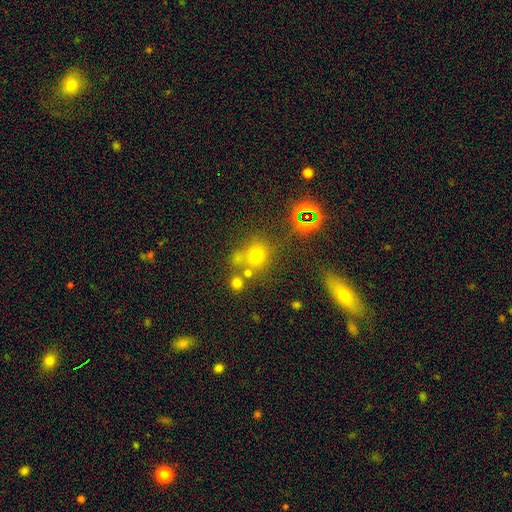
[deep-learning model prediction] Morphology: type=smooth (64%); roundness=round (84%); merging=none (67%).